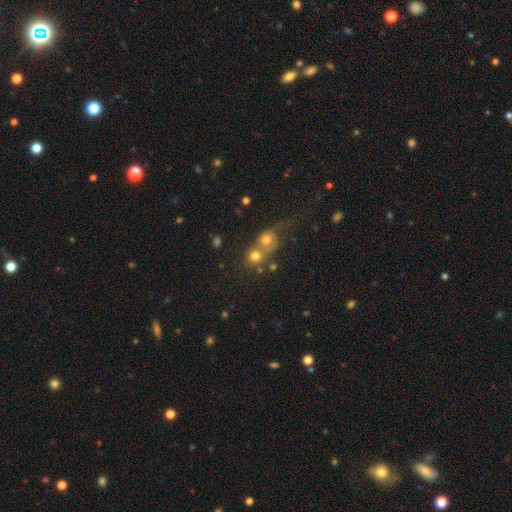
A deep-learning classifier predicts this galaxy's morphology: type=smooth (66%); roundness=round (81%); merging=merger (57%).